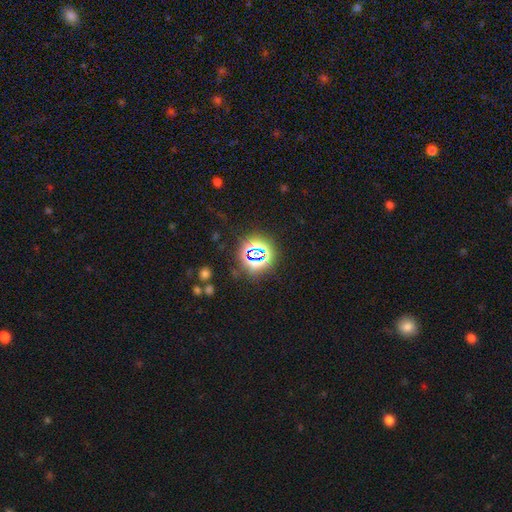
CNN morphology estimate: A star or artifact, not a galaxy (73%).

Vote fractions:
- Smooth or featured? star or artifact: 73% / smooth: 19% / featured or disk: 9%